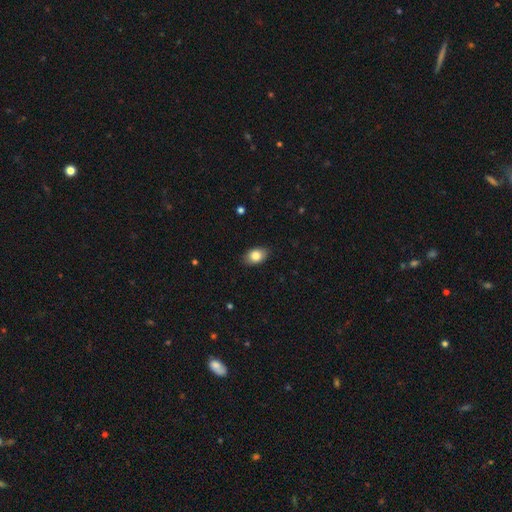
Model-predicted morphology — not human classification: type=smooth (83%); roundness=in between (85%); merging=none (86%).